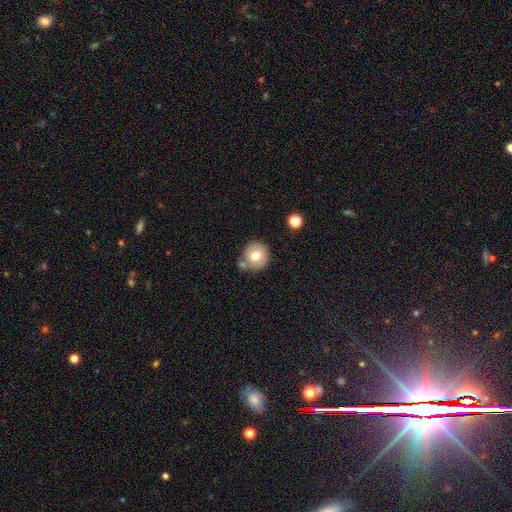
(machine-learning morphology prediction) Smooth or featured?
  - smooth: 72% *
  - featured or disk: 18%
  - star or artifact: 9%
How rounded?
  - round: 91% *
  - in between: 8%
  - cigar-shaped: 1%
Merging?
  - none: 69% *
  - merger: 14%
  - minor disturbance: 13%
  - major disturbance: 4%